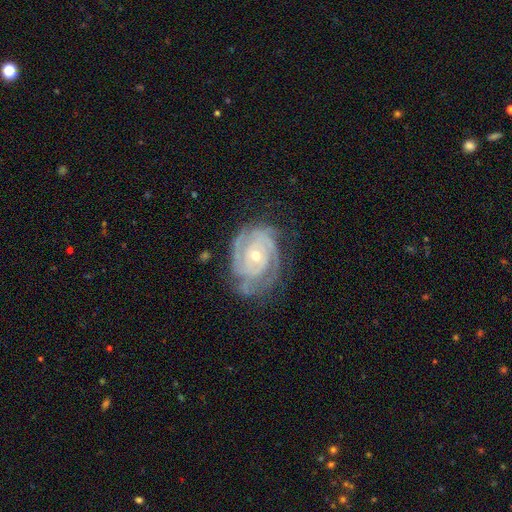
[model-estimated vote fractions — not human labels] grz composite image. It shows a featured or disk galaxy (89%) with no bar (71%), 2 (34%) tight (76%) spiral arms (97%) and a small central bulge (50%). Merging: none (67%).